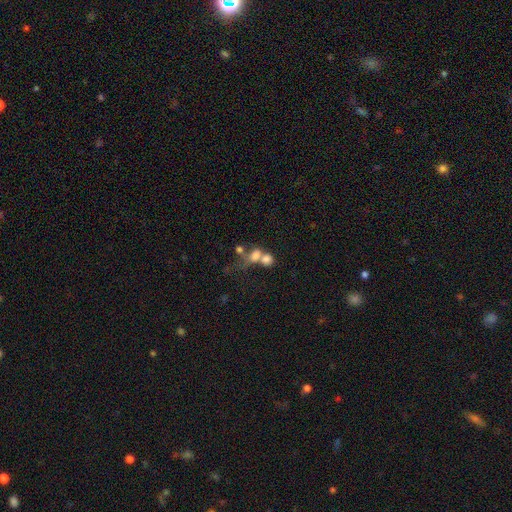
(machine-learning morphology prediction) Smooth or featured: smooth — 70% (featured or disk — 17%)
How rounded: round — 53% (in between — 45%)
Merging: merger — 60% (none — 22%)